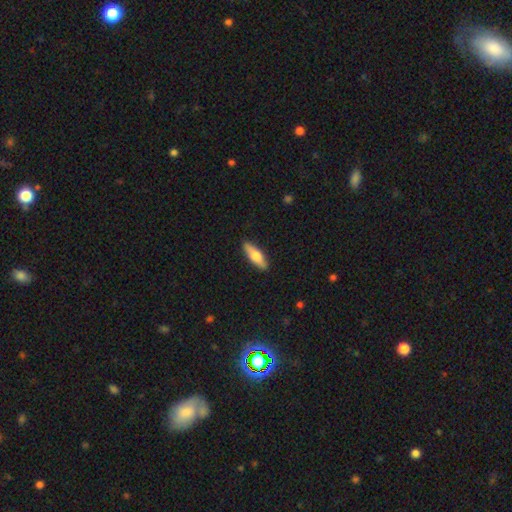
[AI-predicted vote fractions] Smooth or featured?
  - smooth: 65% *
  - featured or disk: 29%
  - star or artifact: 5%
How rounded?
  - cigar-shaped: 54% *
  - in between: 44%
  - round: 2%
Merging?
  - none: 89% *
  - minor disturbance: 8%
  - major disturbance: 2%
  - merger: 1%